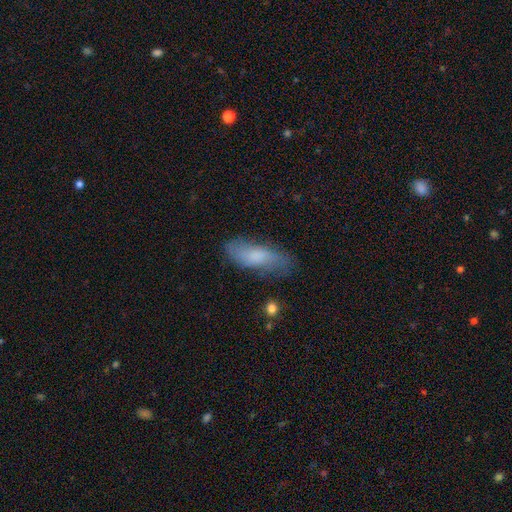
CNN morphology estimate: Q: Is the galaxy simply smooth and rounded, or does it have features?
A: smooth — 65%.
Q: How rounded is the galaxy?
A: in between — 62%.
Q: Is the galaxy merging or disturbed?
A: none — 70%.